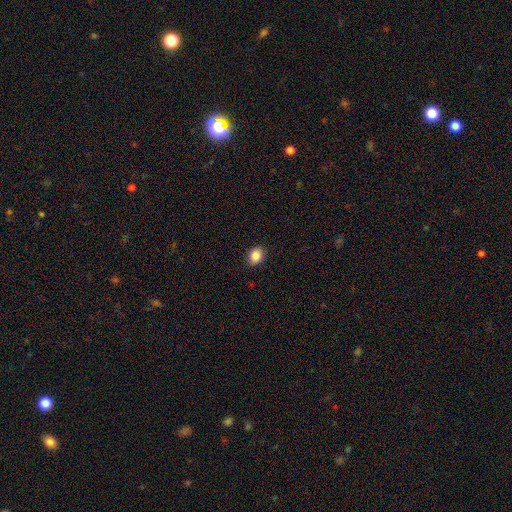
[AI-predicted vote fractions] This appears to be a smooth galaxy with no disk features (86%) that is in between round and cigar-shaped (51%). Merging: none (90%).